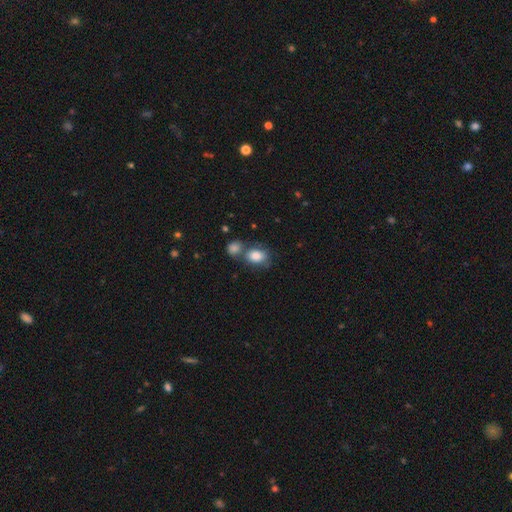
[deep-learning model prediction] Smooth or featured? Predicted: smooth (p=0.84). How rounded? Predicted: in between (p=0.67). Merging? Predicted: none (p=0.43).